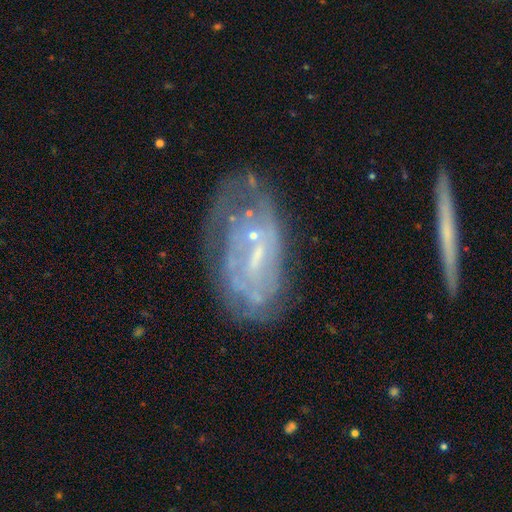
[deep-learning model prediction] A featured or disk galaxy (71%) with no bar (47%), spiral arms (53%) and a small central bulge (53%). Merging: none (48%).